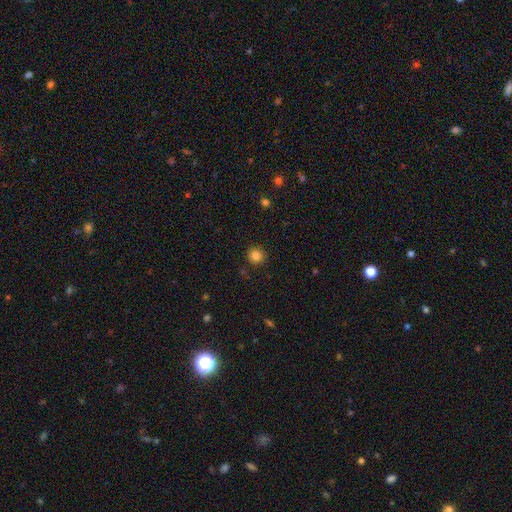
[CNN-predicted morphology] The model was most divided on "smooth or featured": smooth: 84%, star or artifact: 11%, featured or disk: 4%. More confident: how rounded — round (92%); merging — none (88%).